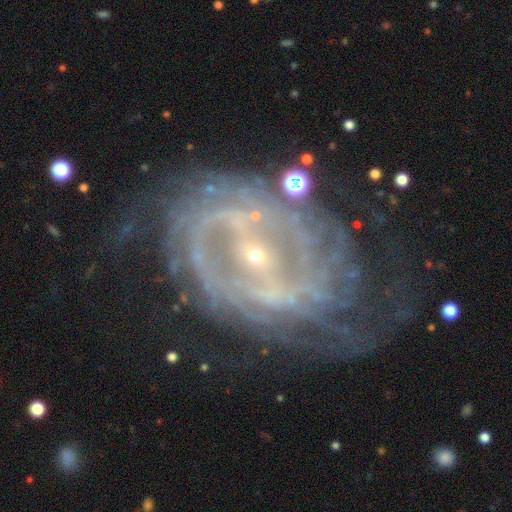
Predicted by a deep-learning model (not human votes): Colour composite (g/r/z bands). It shows a featured or disk galaxy (87%) with a strong bar (42%), 2 (32%) tight (48%) spiral arms (89%) and a small central bulge (86%). Merging: none (47%).